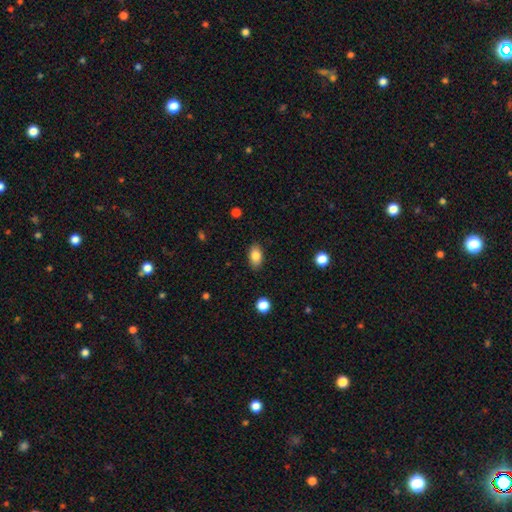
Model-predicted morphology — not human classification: A smooth galaxy with no disk features (84%) that is in between round and cigar-shaped (90%).

Vote fractions:
- Smooth or featured? smooth: 84% / star or artifact: 8% / featured or disk: 8%
- How rounded? in between: 90% / round: 8% / cigar-shaped: 2%
- Merging? none: 86% / minor disturbance: 10% / major disturbance: 3% / merger: 1%